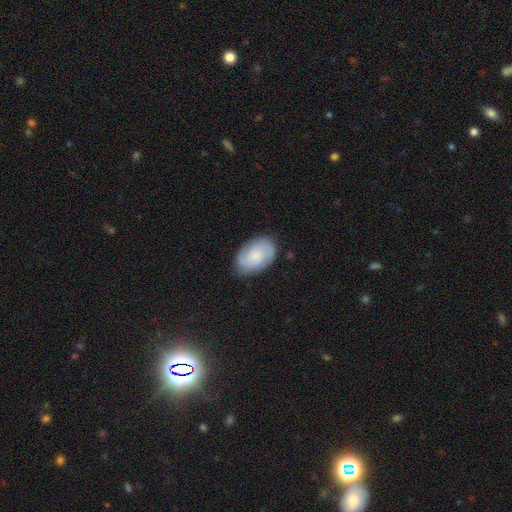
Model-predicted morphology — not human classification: The model was most divided on "smooth or featured": featured or disk: 48%, smooth: 45%, star or artifact: 7%. More confident: merging — none (80%).